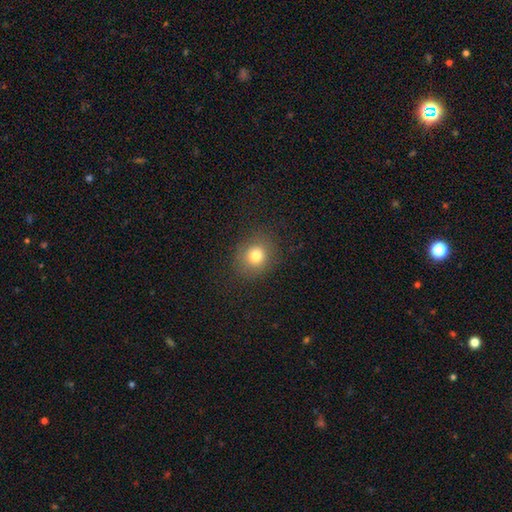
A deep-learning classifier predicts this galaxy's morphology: A smooth galaxy with no disk features (78%) that is round (79%). Merging: none (86%).